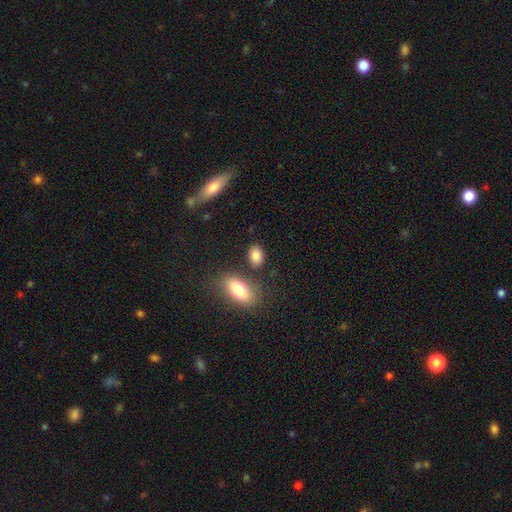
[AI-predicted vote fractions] smooth-or-featured: smooth: 85% | star or artifact: 8% | featured or disk: 6%
  how-rounded: in between: 77% | round: 20% | cigar-shaped: 3%
  merging: none: 78% | minor disturbance: 11% | merger: 8% | major disturbance: 3%